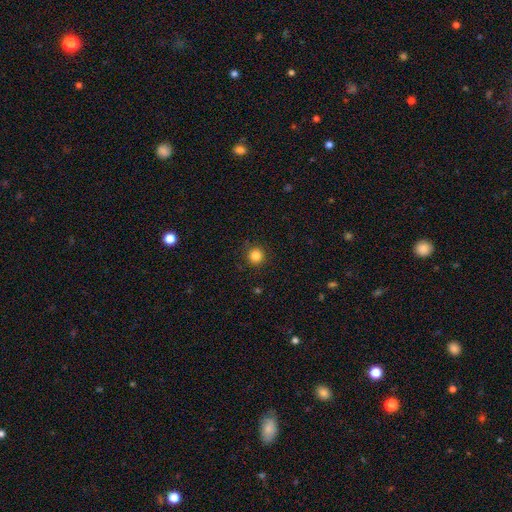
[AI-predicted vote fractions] Q: Smooth or featured?
A: smooth (84%); runner-up: star or artifact (12%)
Q: How rounded?
A: round (95%); runner-up: in between (4%)
Q: Merging?
A: none (90%); runner-up: minor disturbance (6%)